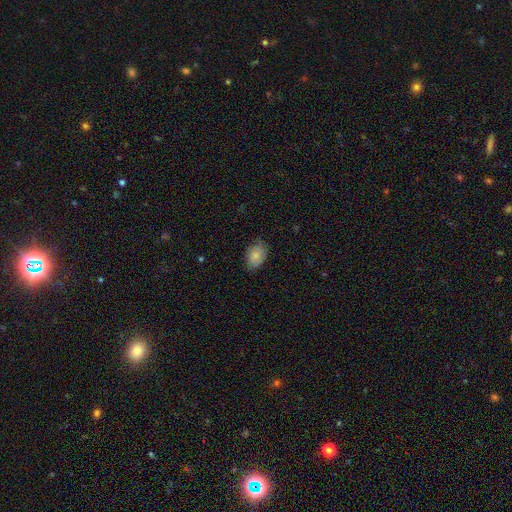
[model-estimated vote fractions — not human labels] Smooth or featured? smooth (81%)
How rounded? in between (82%)
Merging? none (70%)